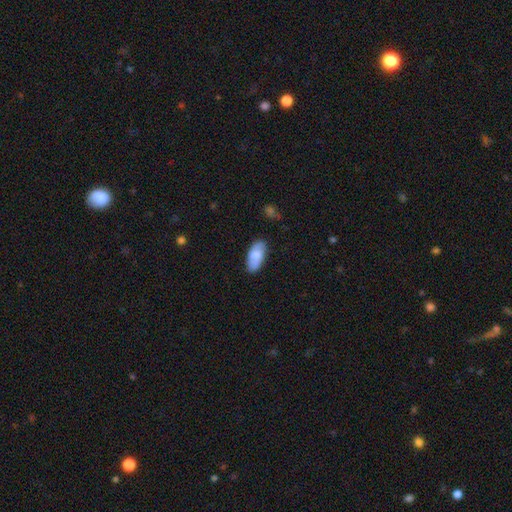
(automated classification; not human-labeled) A smooth galaxy with no disk features (79%) that is in between round and cigar-shaped (91%).

Vote fractions:
- Smooth or featured? smooth: 79% / featured or disk: 15% / star or artifact: 6%
- How rounded? in between: 91% / cigar-shaped: 7% / round: 2%
- Merging? none: 80% / minor disturbance: 15% / major disturbance: 3% / merger: 1%